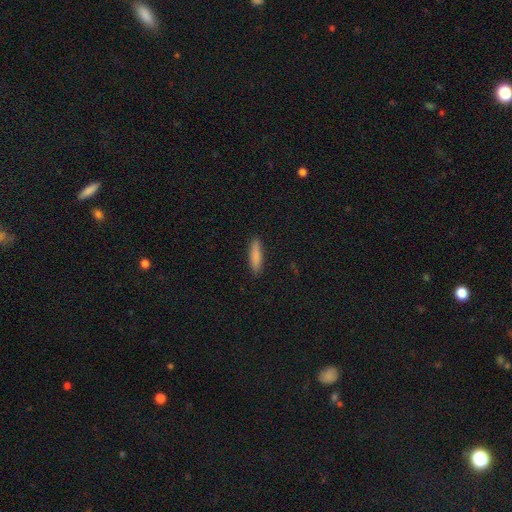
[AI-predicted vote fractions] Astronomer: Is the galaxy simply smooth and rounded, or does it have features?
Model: smooth — 84%.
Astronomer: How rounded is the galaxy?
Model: cigar-shaped — 72%.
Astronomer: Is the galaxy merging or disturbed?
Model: none — 89%.